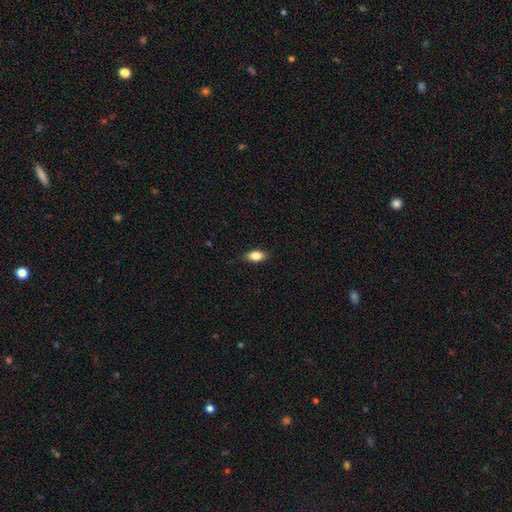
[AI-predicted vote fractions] Q: Smooth or featured?
A: smooth (84%); runner-up: featured or disk (8%)
Q: How rounded?
A: in between (88%); runner-up: round (6%)
Q: Merging?
A: none (83%); runner-up: minor disturbance (14%)